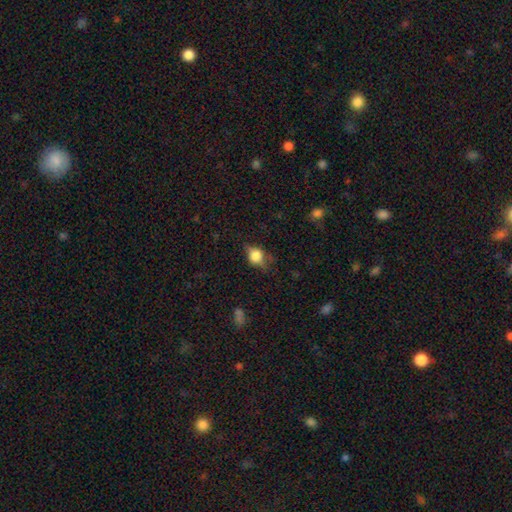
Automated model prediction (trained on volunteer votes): A smooth galaxy with no disk features (65%) that is in between round and cigar-shaped (52%).

Vote fractions:
- Smooth or featured? smooth: 65% / featured or disk: 23% / star or artifact: 12%
- How rounded? in between: 52% / round: 44% / cigar-shaped: 4%
- Merging? none: 61% / minor disturbance: 26% / major disturbance: 10% / merger: 2%